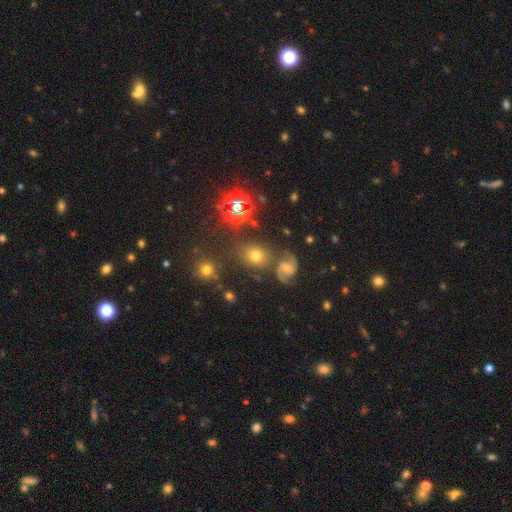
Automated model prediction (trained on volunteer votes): Q: Smooth or featured?
A: smooth (43%); runner-up: featured or disk (32%)
Q: Merging?
A: none (69%); runner-up: merger (14%)